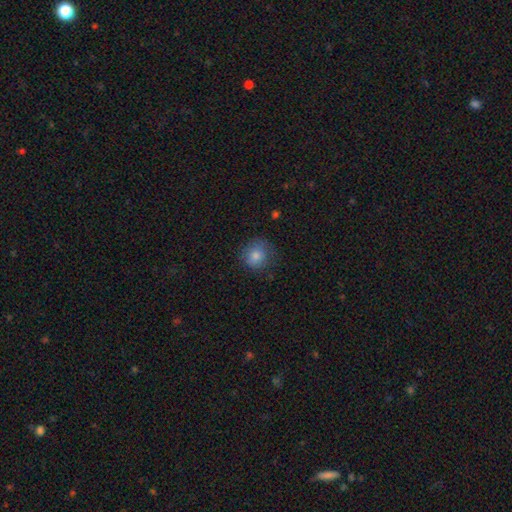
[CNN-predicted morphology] This is likely a smooth galaxy (79%). How rounded: clearly round (85%). Merging: likely none (72%).